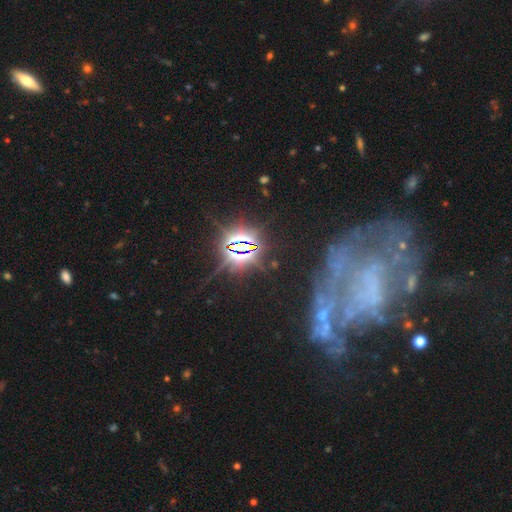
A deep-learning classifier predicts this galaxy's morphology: Smooth or featured? Predicted: star or artifact (p=0.71).